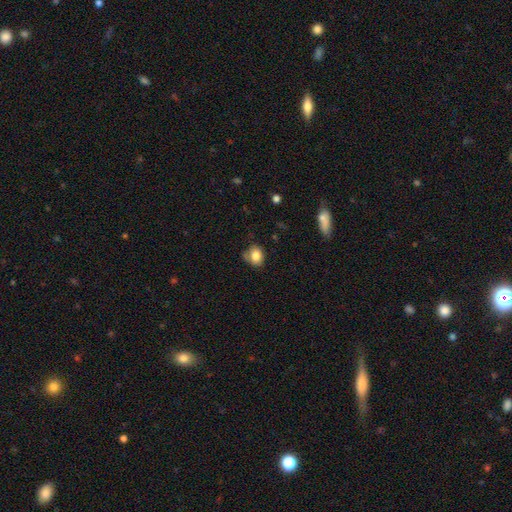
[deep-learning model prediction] Smooth or featured? smooth (80%)
How rounded? round (55%)
Merging? none (60%)